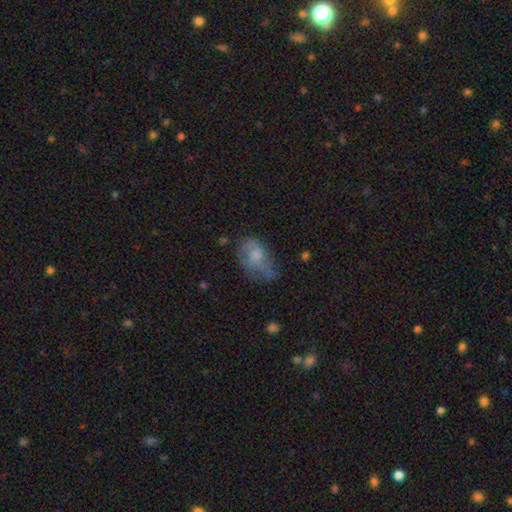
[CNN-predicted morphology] type=smooth (58%); roundness=in between (85%); merging=none (41%).